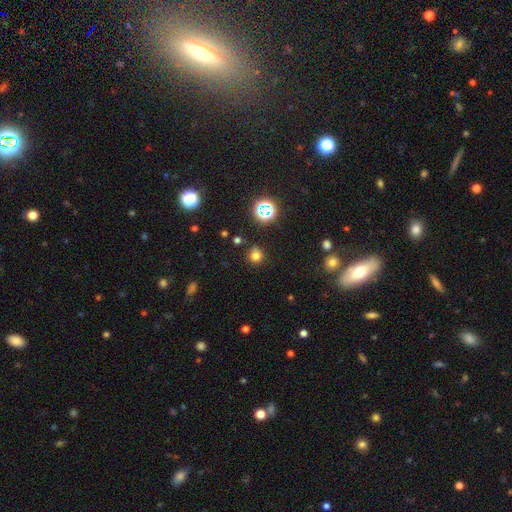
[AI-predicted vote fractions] smooth_or_featured: smooth (p=0.73) [alt: star or artifact p=0.21]
how_rounded: round (p=0.89) [alt: in between p=0.10]
merging: none (p=0.83) [alt: minor disturbance p=0.11]